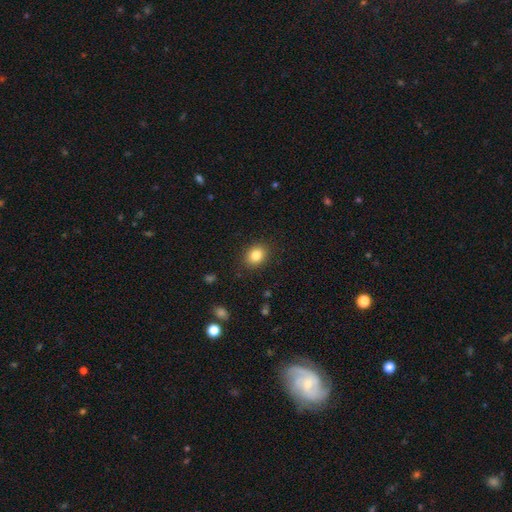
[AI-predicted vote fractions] This appears to be a smooth galaxy with no disk features (84%) that is round (52%). Merging: none (88%).